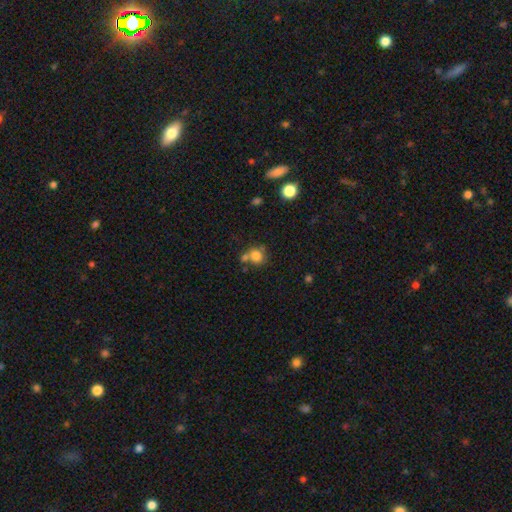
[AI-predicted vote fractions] Smooth or featured? smooth (78%)
How rounded? round (79%)
Merging? none (50%)